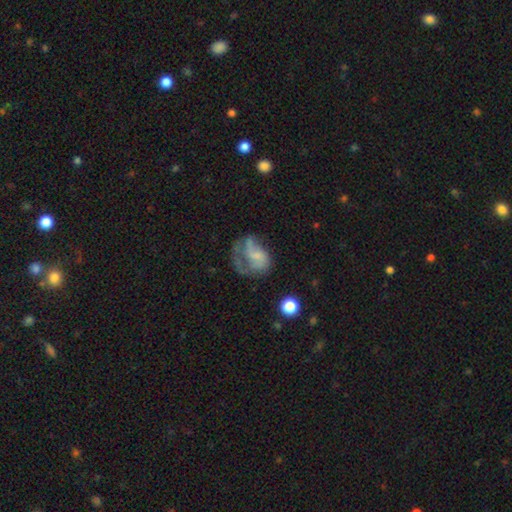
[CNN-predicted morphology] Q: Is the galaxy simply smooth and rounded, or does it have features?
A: featured or disk — 53%.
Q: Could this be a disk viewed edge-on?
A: no — 98%.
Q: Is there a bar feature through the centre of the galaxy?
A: no — 69%.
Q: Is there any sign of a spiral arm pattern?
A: yes — 54%.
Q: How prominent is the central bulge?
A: none — 43%.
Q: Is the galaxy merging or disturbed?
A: major disturbance — 50%.